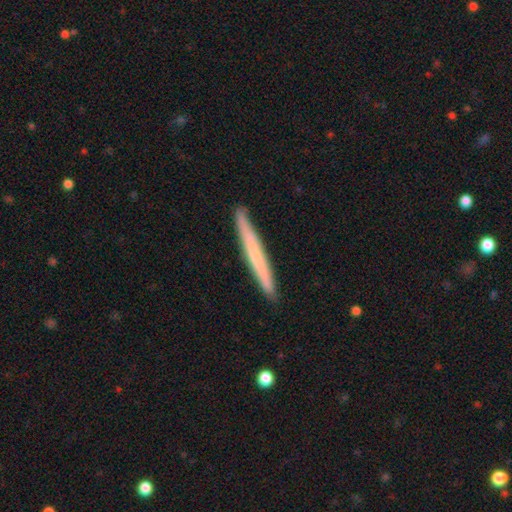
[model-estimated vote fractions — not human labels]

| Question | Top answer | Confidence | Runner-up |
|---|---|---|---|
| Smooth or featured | smooth | 55% | featured or disk (40%) |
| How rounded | cigar-shaped | 97% | in between (2%) |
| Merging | none | 92% | minor disturbance (6%) |